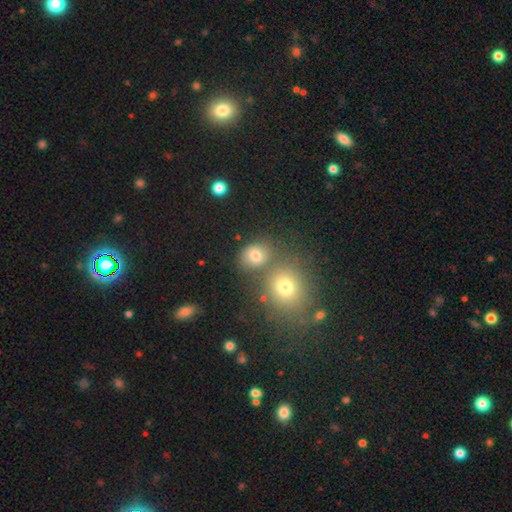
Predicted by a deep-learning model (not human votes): Smooth or featured? smooth (70%)
How rounded? round (61%)
Merging? none (62%)